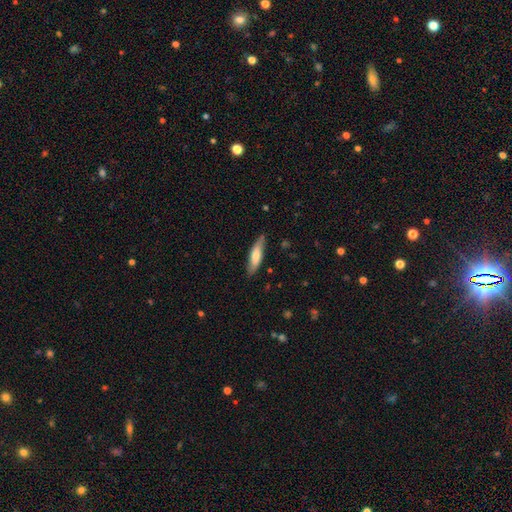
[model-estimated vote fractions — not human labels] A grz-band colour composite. It shows a smooth galaxy with no disk features (68%) that is cigar-shaped (69%). Merging: none (80%).